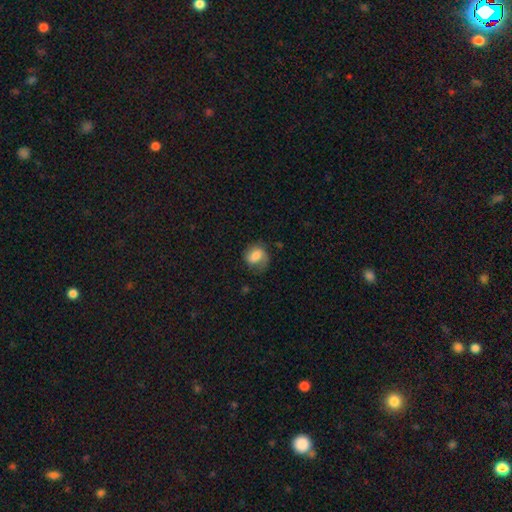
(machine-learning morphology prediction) Smooth or featured: smooth — 64% (featured or disk — 27%)
How rounded: round — 51% (in between — 48%)
Merging: none — 52% (minor disturbance — 29%)